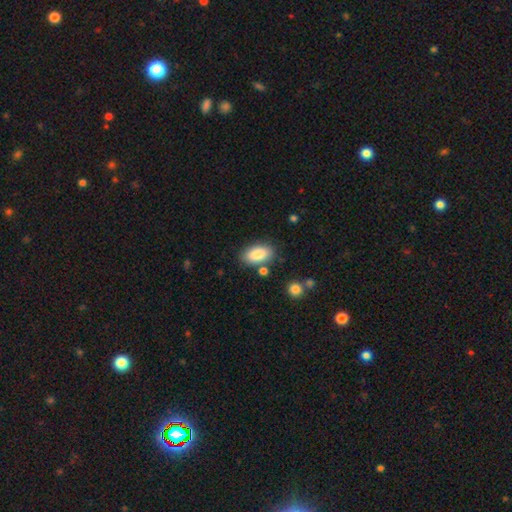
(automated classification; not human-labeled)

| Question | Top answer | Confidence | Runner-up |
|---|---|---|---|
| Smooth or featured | smooth | 86% | featured or disk (7%) |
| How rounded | in between | 93% | round (5%) |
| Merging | none | 79% | minor disturbance (12%) |